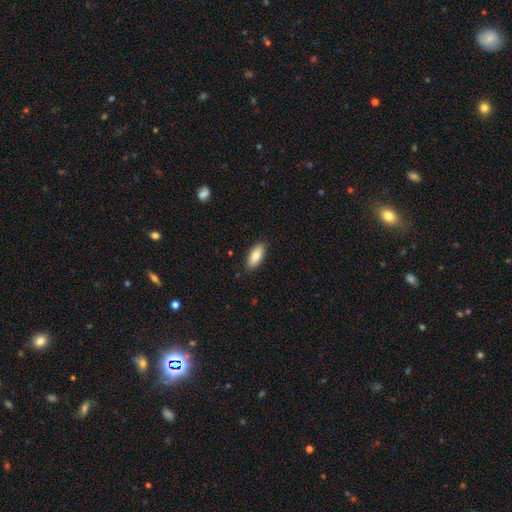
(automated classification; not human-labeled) Smooth or featured? Predicted: smooth (p=0.83). How rounded? Predicted: in between (p=0.85). Merging? Predicted: none (p=0.87).